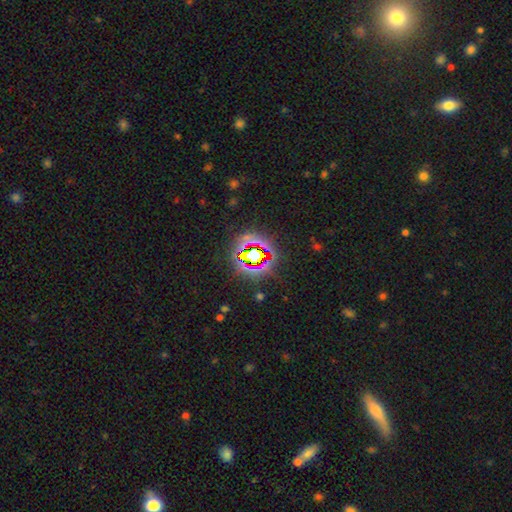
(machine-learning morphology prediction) Smooth or featured? star or artifact (73%)